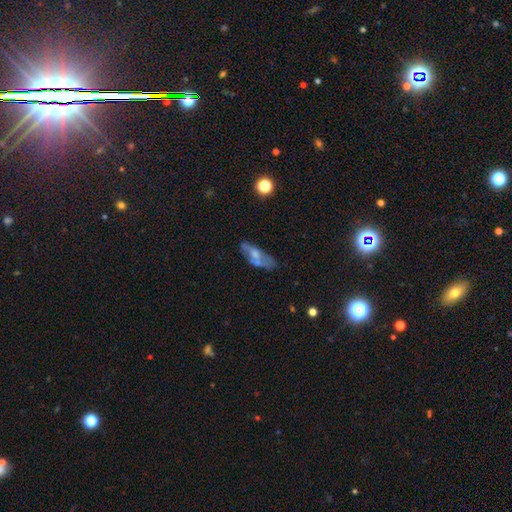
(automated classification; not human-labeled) Morphology: type=featured or disk (47%); merging=none (43%).